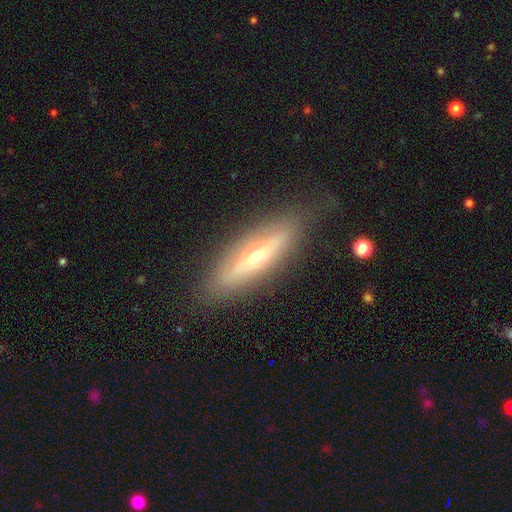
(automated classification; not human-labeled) The model was most divided on "smooth or featured": featured or disk: 57%, smooth: 35%, star or artifact: 8%. More confident: merging — none (81%); edge-on disk — yes (76%).